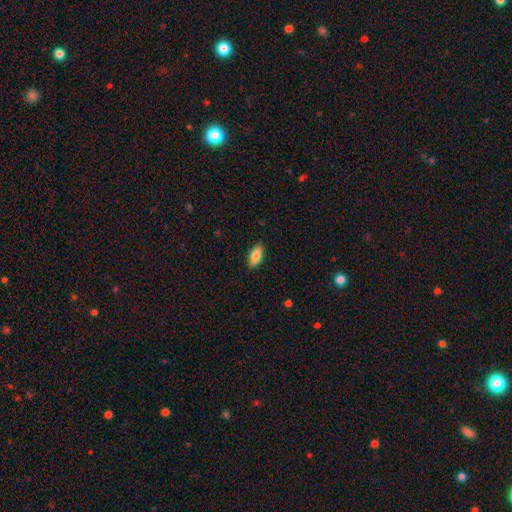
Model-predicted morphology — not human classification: Q: Smooth or featured?
A: smooth (85%); runner-up: featured or disk (9%)
Q: How rounded?
A: in between (89%); runner-up: cigar-shaped (8%)
Q: Merging?
A: none (89%); runner-up: minor disturbance (8%)